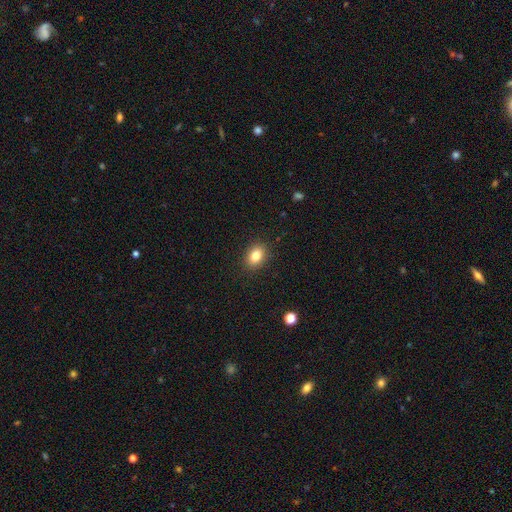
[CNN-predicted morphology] smooth 83%, star or artifact 10%, featured or disk 7%. Down the decision tree: how rounded — in between (72%); merging — none (89%).